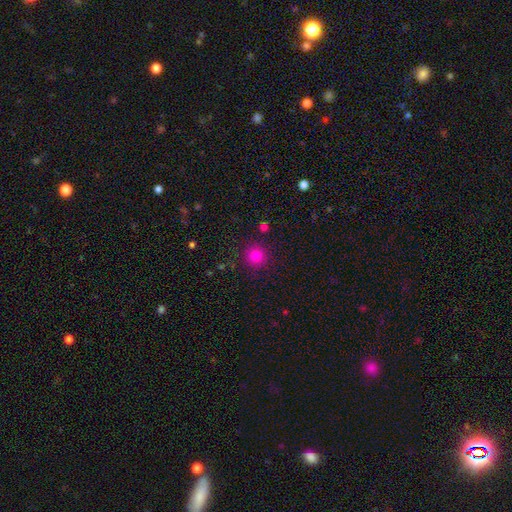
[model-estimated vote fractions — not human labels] A smooth galaxy with no disk features (82%) that is round (95%). Merging: none (90%).